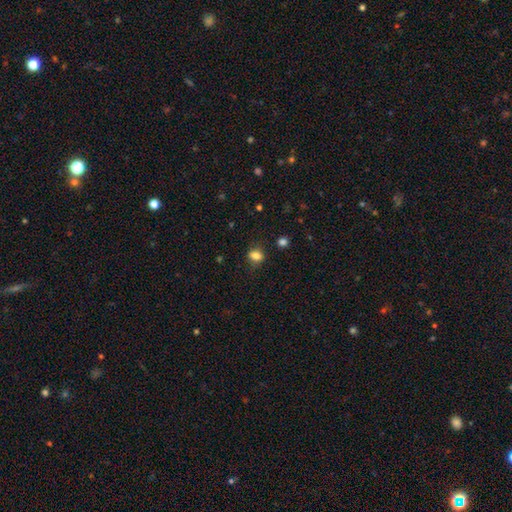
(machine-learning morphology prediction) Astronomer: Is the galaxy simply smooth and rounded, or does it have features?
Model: smooth — 82%.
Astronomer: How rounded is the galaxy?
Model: in between — 59% (runner-up: round, 39%).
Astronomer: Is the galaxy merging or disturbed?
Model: none — 76%.